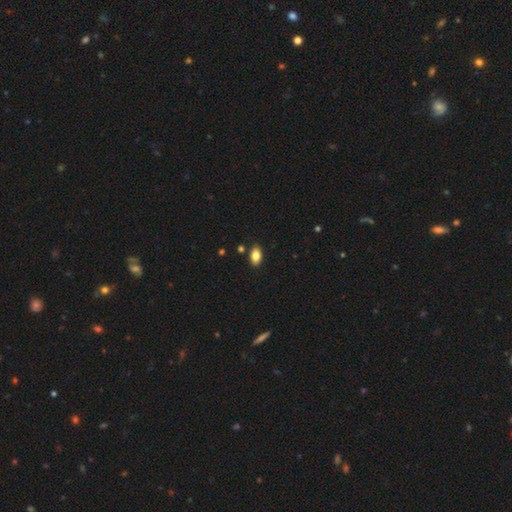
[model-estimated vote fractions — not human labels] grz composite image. It shows a smooth galaxy with no disk features (82%) that is in between round and cigar-shaped (92%). Merging: none (87%).